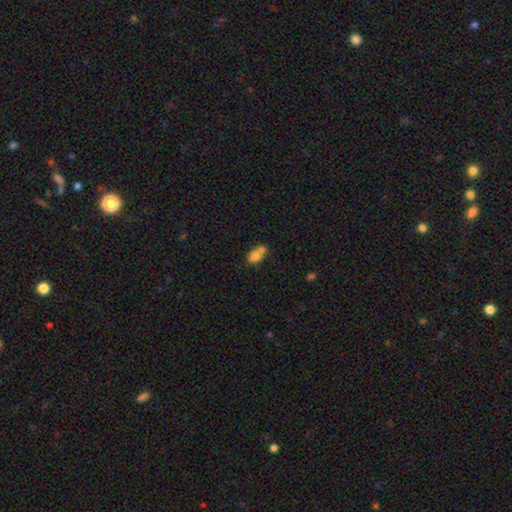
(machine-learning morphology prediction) Smooth or featured? Predicted: smooth (p=0.72). How rounded? Predicted: in between (p=0.68). Merging? Predicted: merger (p=0.50).